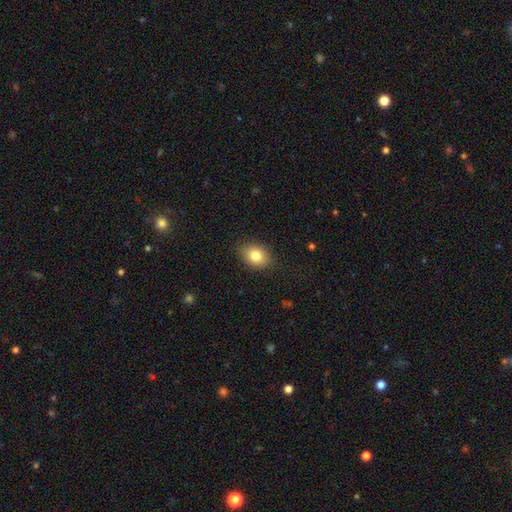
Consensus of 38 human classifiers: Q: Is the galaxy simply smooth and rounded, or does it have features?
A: smooth — 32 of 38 (84%).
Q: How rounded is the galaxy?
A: in between — 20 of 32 (62%).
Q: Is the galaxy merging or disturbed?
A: none — 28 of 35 (80%).